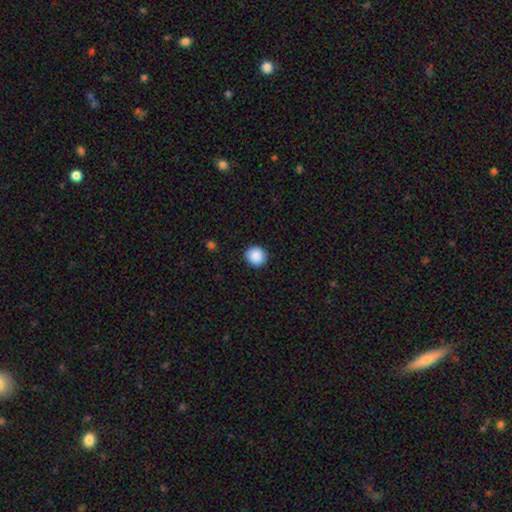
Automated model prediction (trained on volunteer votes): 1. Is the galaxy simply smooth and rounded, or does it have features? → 89% smooth, 8% star or artifact, 3% featured or disk.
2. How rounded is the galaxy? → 91% round, 8% in between, 1% cigar-shaped.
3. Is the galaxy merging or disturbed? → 91% none, 6% minor disturbance, 2% major disturbance, 1% merger.